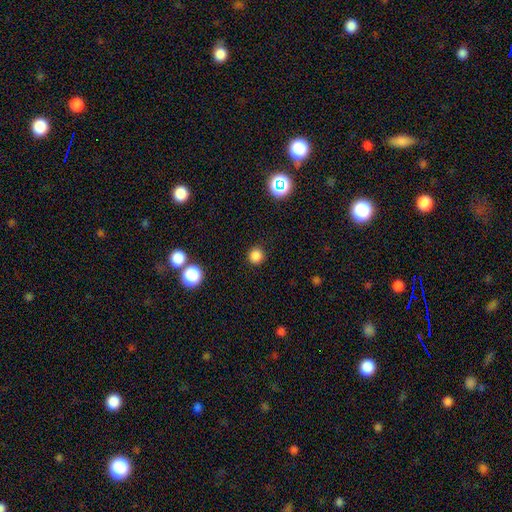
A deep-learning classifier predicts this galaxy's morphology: Overall: smooth (83%). How rounded: round (92%). Merging: none (91%).